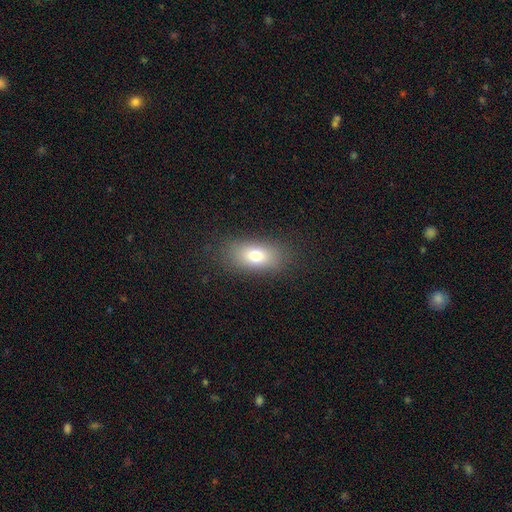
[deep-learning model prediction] smooth 74%, featured or disk 14%, star or artifact 11%. Down the decision tree: how rounded — in between (85%); merging — none (83%).